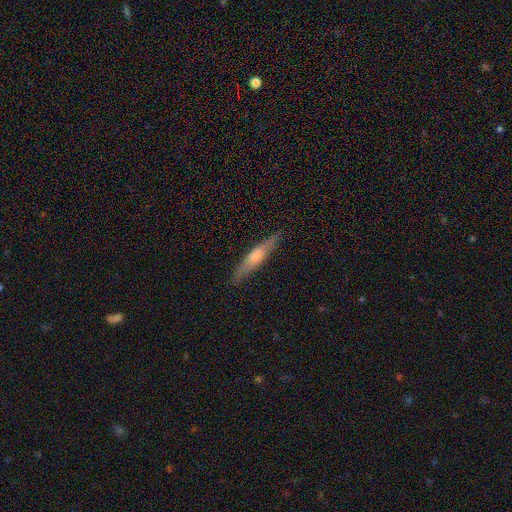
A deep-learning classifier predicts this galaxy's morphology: smooth-or-featured: featured or disk: 54% | smooth: 40% | star or artifact: 6%
  disk-edge-on: yes: 95% | no: 5%
    edge-on-bulge: rounded: 71% | none: 15% | boxy: 14%
  merging: none: 88% | minor disturbance: 9% | major disturbance: 2% | merger: 1%